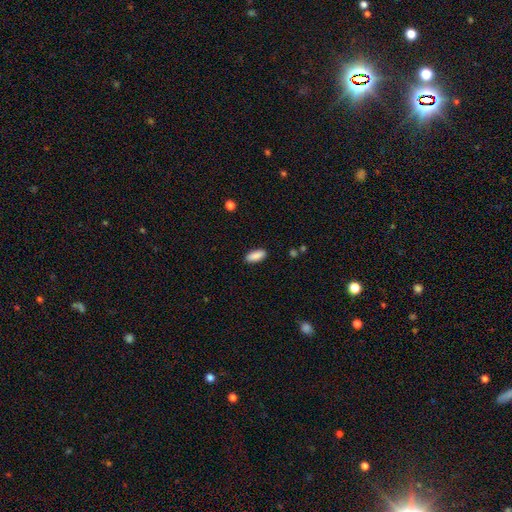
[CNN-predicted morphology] smooth 89%, star or artifact 6%, featured or disk 4%. Down the decision tree: how rounded — in between (79%); merging — none (89%).